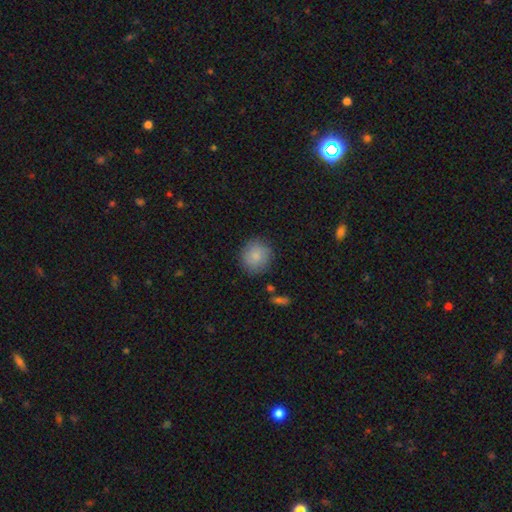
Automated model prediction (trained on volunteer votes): Smooth or featured? smooth (86%)
How rounded? round (87%)
Merging? none (85%)